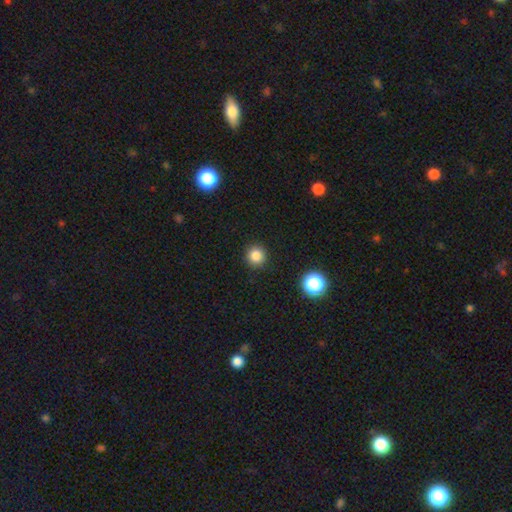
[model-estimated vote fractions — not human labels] The model was most divided on "smooth or featured": smooth: 84%, star or artifact: 12%, featured or disk: 4%. More confident: how rounded — round (94%); merging — none (92%).